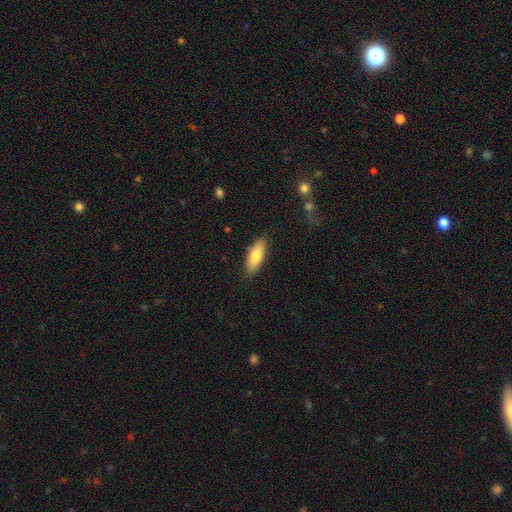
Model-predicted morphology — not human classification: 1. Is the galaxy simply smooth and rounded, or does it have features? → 75% smooth, 19% featured or disk, 6% star or artifact.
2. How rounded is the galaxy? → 67% in between, 30% cigar-shaped, 2% round.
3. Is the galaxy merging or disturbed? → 87% none, 10% minor disturbance, 2% major disturbance, 1% merger.